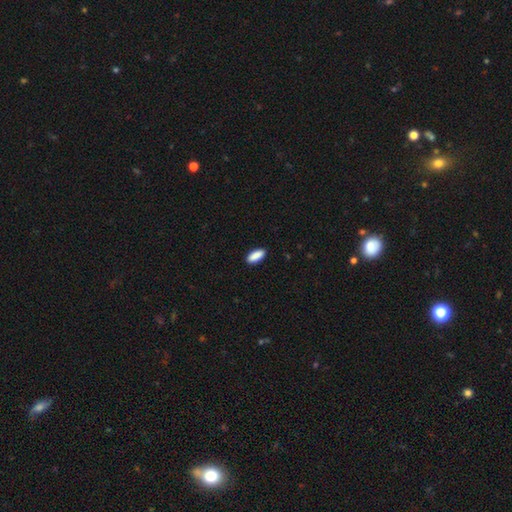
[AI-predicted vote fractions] Smooth or featured? Predicted: smooth (p=0.90). How rounded? Predicted: in between (p=0.81). Merging? Predicted: none (p=0.89).